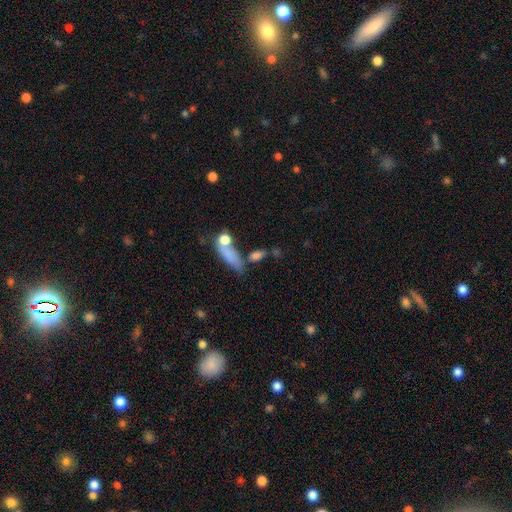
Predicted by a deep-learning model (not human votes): A smooth galaxy with no disk features (60%) that is cigar-shaped (52%).

Vote fractions:
- Smooth or featured? smooth: 60% / featured or disk: 21% / star or artifact: 19%
- How rounded? cigar-shaped: 52% / in between: 34% / round: 14%
- Merging? none: 53% / merger: 21% / minor disturbance: 16% / major disturbance: 10%